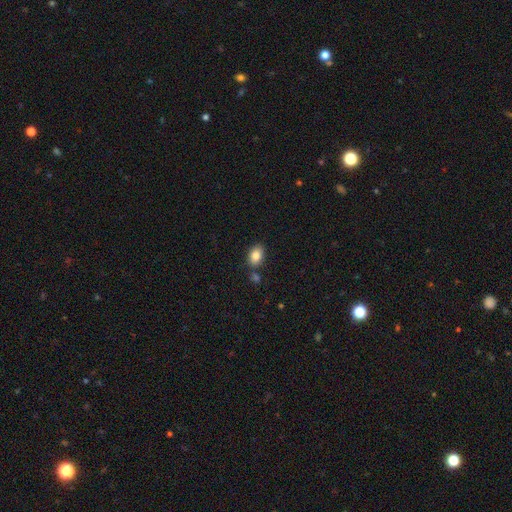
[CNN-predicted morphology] Smooth or featured: smooth — 83% (star or artifact — 8%)
How rounded: in between — 83% (round — 16%)
Merging: none — 75% (minor disturbance — 12%)